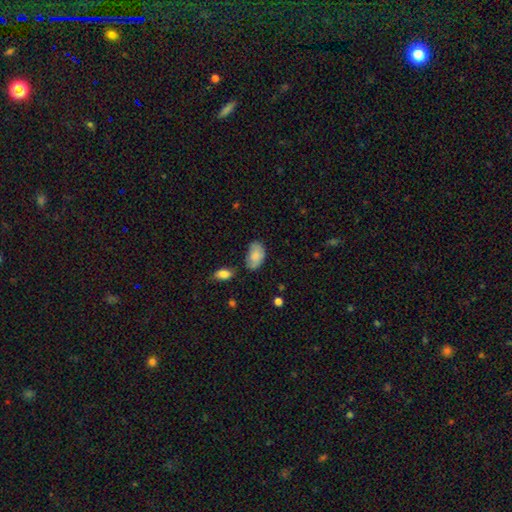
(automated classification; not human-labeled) smooth 80%, featured or disk 14%, star or artifact 7%. Down the decision tree: how rounded — in between (92%); merging — none (56%).